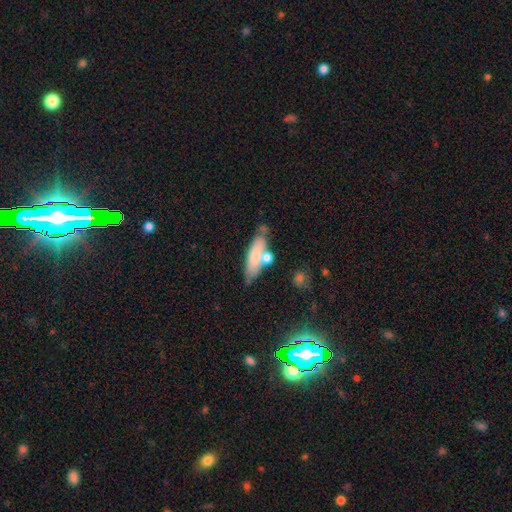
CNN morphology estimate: smooth-or-featured: smooth: 71% | featured or disk: 22% | star or artifact: 7%
  how-rounded: in between: 49% (tied) | cigar-shaped: 49% (tied) | round: 3%
  merging: none: 56% | minor disturbance: 19% | merger: 19% | major disturbance: 6%